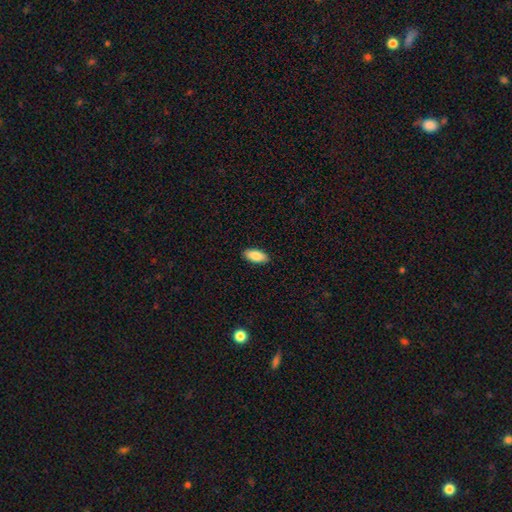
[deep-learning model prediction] Morphology: type=smooth (89%); roundness=in between (90%); merging=none (89%).